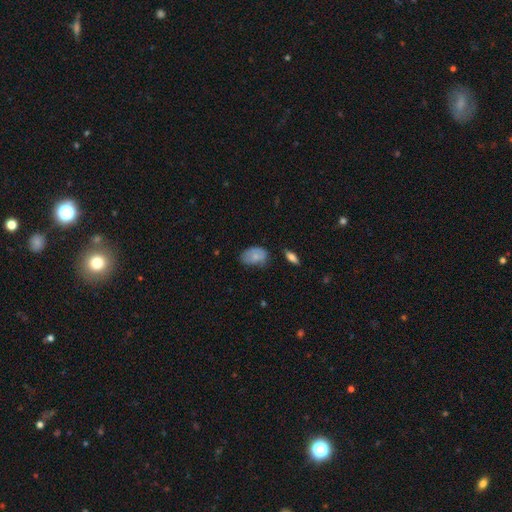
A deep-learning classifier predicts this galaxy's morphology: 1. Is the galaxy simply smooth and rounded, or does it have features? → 73% smooth, 19% featured or disk, 8% star or artifact.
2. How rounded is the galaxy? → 87% in between, 11% round, 2% cigar-shaped.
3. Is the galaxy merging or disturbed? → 53% none, 35% minor disturbance, 9% major disturbance, 3% merger.